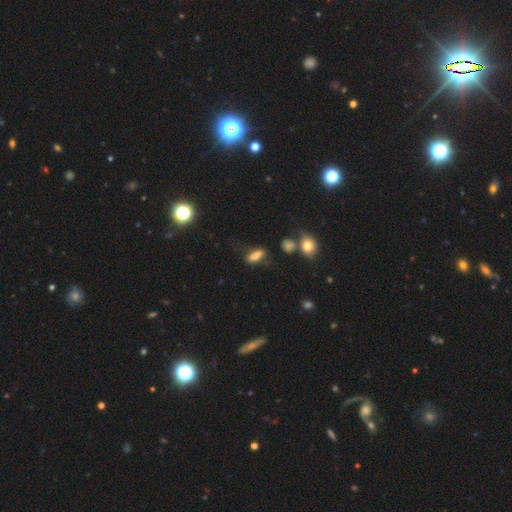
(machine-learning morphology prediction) smooth-or-featured: smooth: 71% | featured or disk: 17% | star or artifact: 12%
  how-rounded: in between: 66% | cigar-shaped: 27% | round: 7%
  merging: none: 62% | minor disturbance: 21% | major disturbance: 10% | merger: 8%